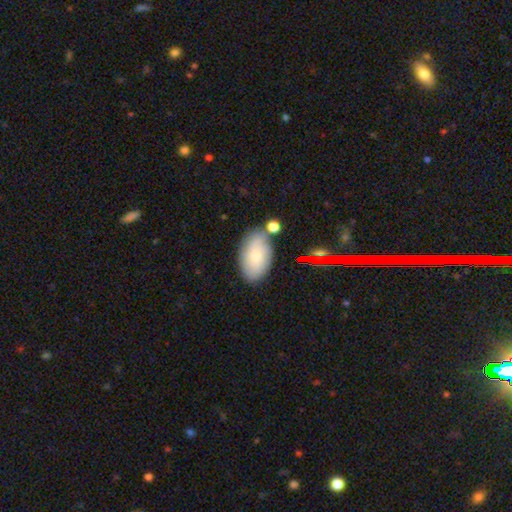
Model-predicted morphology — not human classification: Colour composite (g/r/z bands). It shows a smooth galaxy with no disk features (65%) that is in between round and cigar-shaped (93%). Merging: none (75%).